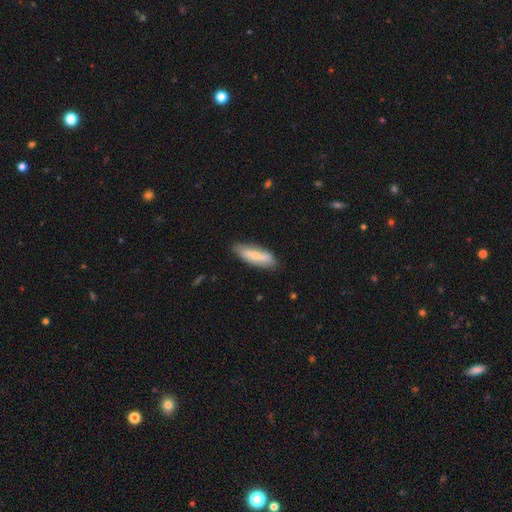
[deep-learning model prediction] A smooth galaxy with no disk features (53%) that is in between round and cigar-shaped (59%). Merging: none (80%).